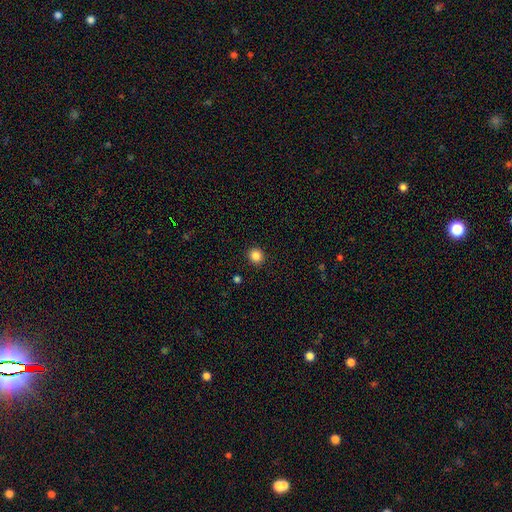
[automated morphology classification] This appears to be a smooth galaxy with no disk features (85%) that is round (90%). Merging: none (92%).